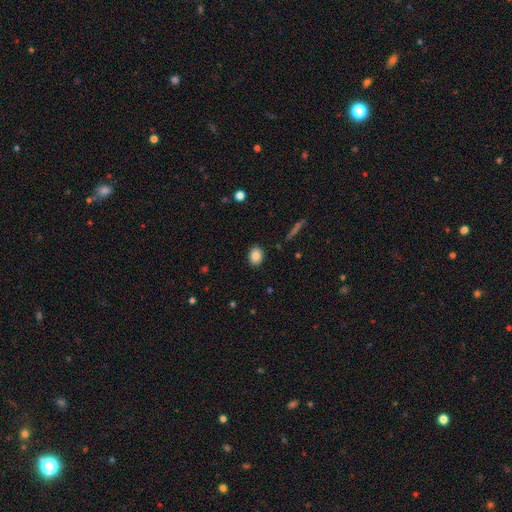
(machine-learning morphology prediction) Smooth or featured? smooth (84%)
How rounded? in between (59%)
Merging? none (89%)